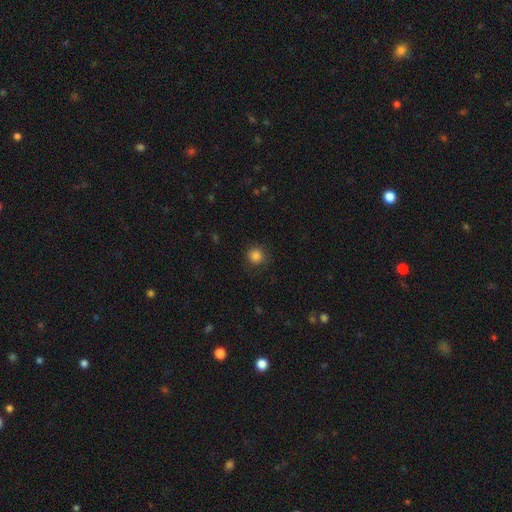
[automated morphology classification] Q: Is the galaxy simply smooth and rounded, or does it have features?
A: smooth — 84%.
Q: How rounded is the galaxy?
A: round — 93%.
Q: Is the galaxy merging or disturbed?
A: none — 87%.